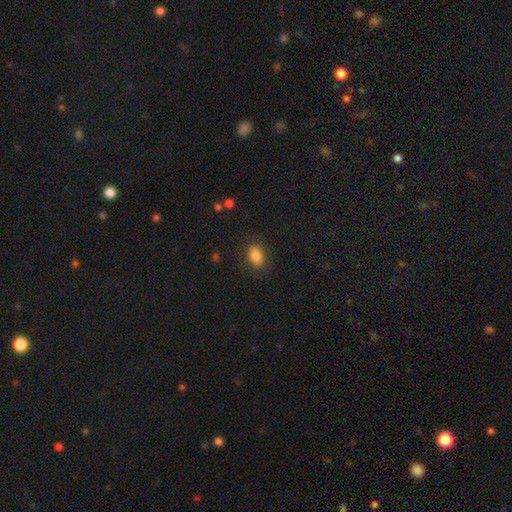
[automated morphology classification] Overall: smooth (84%). How rounded: in between (81%). Merging: none (85%).